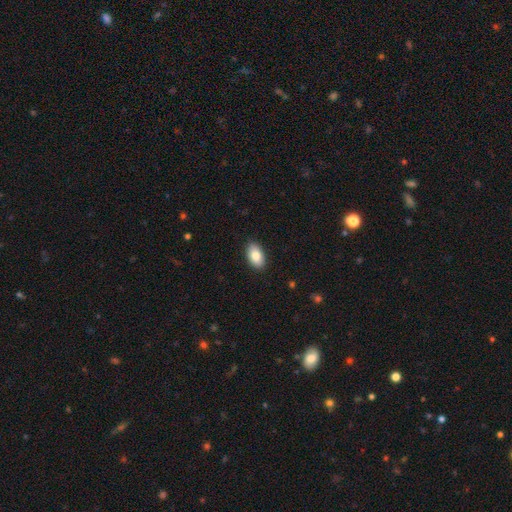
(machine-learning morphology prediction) Smooth or featured?
  - smooth: 83% *
  - featured or disk: 10%
  - star or artifact: 7%
How rounded?
  - in between: 94% *
  - round: 4%
  - cigar-shaped: 2%
Merging?
  - none: 90% *
  - minor disturbance: 7%
  - major disturbance: 2%
  - merger: 1%